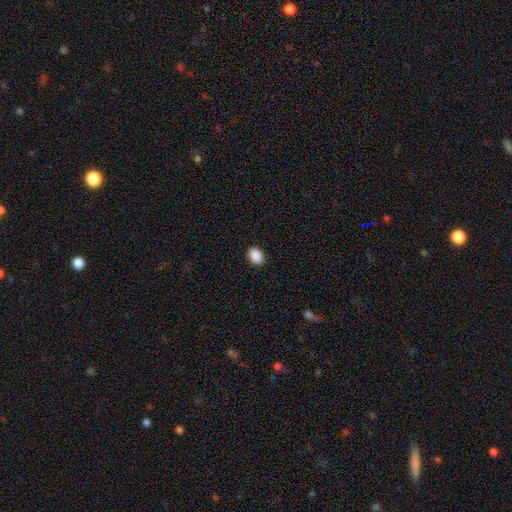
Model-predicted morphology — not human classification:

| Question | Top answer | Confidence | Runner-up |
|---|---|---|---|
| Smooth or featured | smooth | 90% | star or artifact (8%) |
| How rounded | in between | 72% | round (28%) |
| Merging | none | 91% | minor disturbance (6%) |